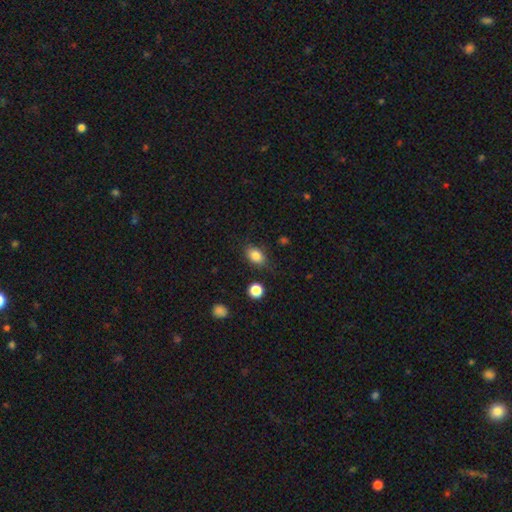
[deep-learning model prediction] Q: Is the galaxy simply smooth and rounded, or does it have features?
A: smooth — 83%.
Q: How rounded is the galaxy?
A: in between — 77%.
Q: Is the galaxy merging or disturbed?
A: none — 78%.